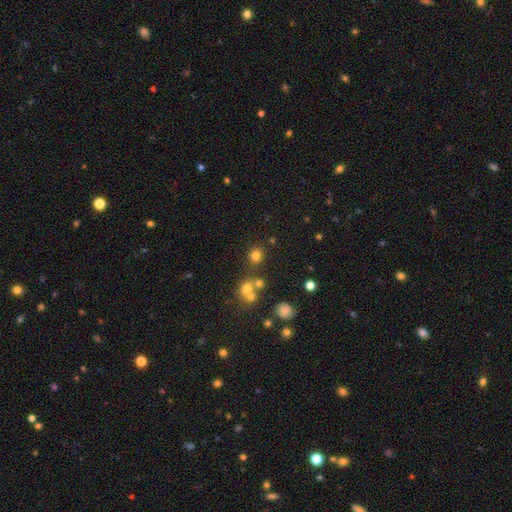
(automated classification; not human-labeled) A smooth galaxy with no disk features (75%) that is round (87%). Merging: none (78%).